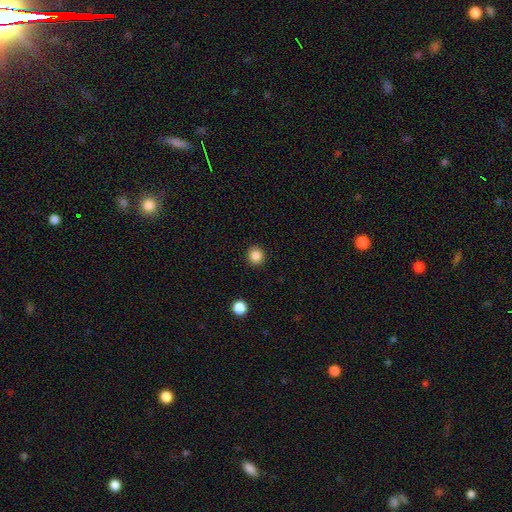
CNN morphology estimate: Smooth or featured?
  - smooth: 86% *
  - star or artifact: 11%
  - featured or disk: 3%
How rounded?
  - round: 91% *
  - in between: 8%
  - cigar-shaped: 1%
Merging?
  - none: 91% *
  - minor disturbance: 6%
  - major disturbance: 2%
  - merger: 1%